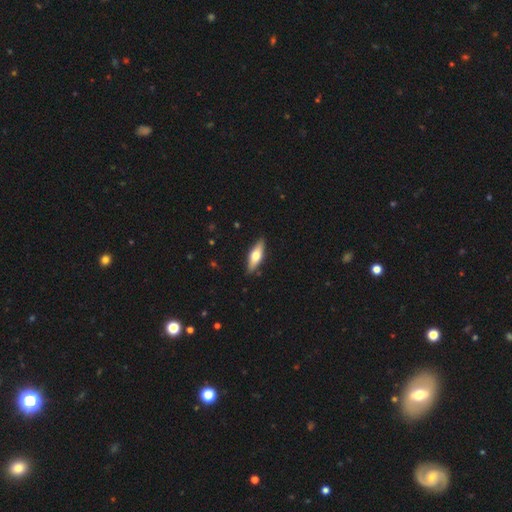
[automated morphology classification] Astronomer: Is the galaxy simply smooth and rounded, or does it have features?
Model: smooth — 56% (runner-up: featured or disk, 39%).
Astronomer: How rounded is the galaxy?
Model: in between — 52% (runner-up: cigar-shaped, 45%).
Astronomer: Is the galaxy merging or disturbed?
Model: none — 88%.